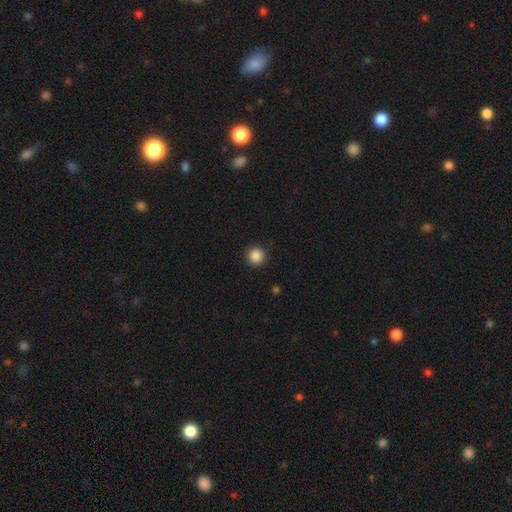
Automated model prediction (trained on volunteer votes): A smooth galaxy with no disk features (87%) that is round (95%).

Vote fractions:
- Smooth or featured? smooth: 87% / star or artifact: 10% / featured or disk: 3%
- How rounded? round: 95% / in between: 4% / cigar-shaped: 1%
- Merging? none: 92% / minor disturbance: 5% / major disturbance: 2% / merger: 1%